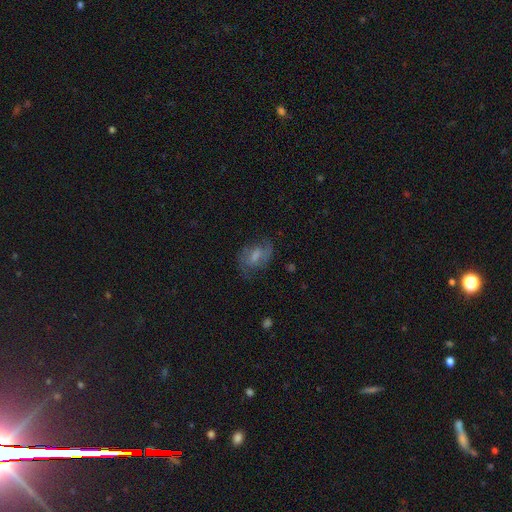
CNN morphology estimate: Q: Smooth or featured?
A: featured or disk (53%); runner-up: smooth (37%)
Q: Edge-on disk?
A: no (95%); runner-up: yes (5%)
Q: Bar?
A: weak (49%); runner-up: no (37%)
Q: Spiral arms?
A: yes (78%); runner-up: no (22%)
Q: Bulge size?
A: moderate (34%); runner-up: small (27%)
Q: Merging?
A: none (58%); runner-up: minor disturbance (23%)